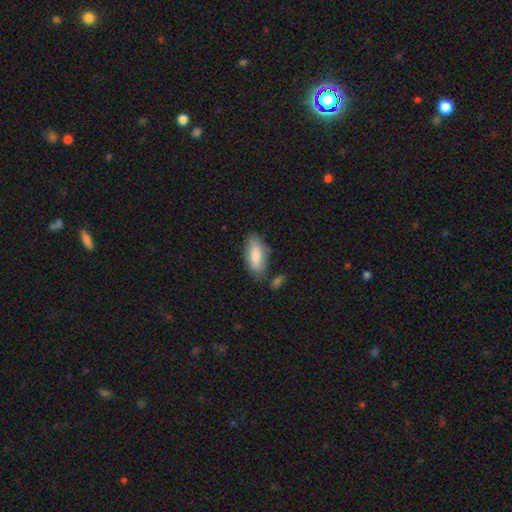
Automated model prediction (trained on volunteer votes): smooth 76%, featured or disk 17%, star or artifact 6%. Down the decision tree: how rounded — in between (82%); merging — none (71%).